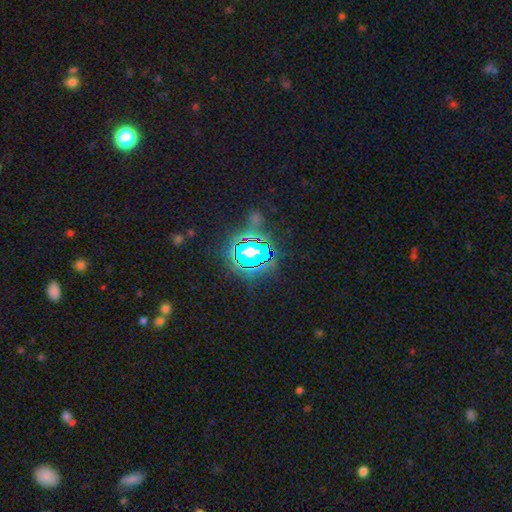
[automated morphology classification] Overall: star or artifact (82%).